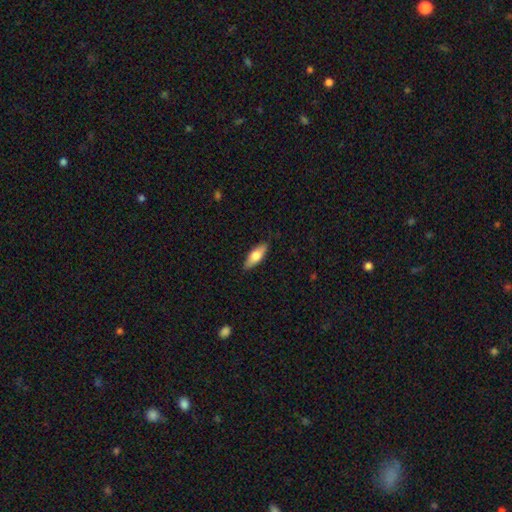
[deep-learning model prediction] This appears to be a smooth galaxy with no disk features (68%) that is in between round and cigar-shaped (67%). Merging: none (87%).